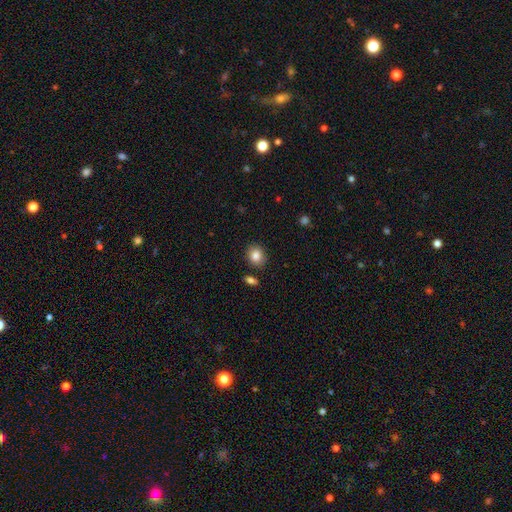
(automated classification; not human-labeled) Morphology: type=smooth (85%); roundness=round (63%); merging=none (87%).